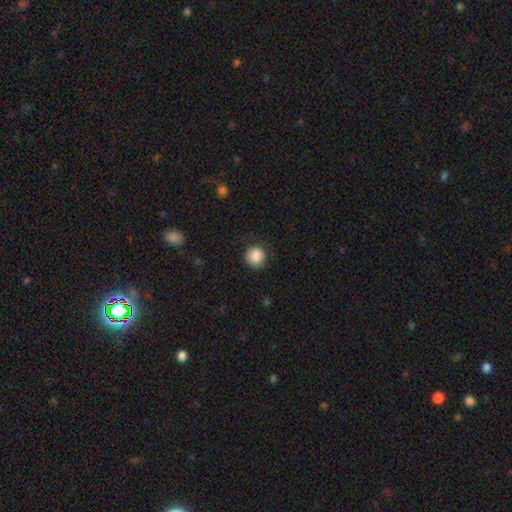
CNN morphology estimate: Q: Smooth or featured?
A: smooth (87%); runner-up: star or artifact (8%)
Q: How rounded?
A: round (92%); runner-up: in between (7%)
Q: Merging?
A: none (77%); runner-up: minor disturbance (15%)